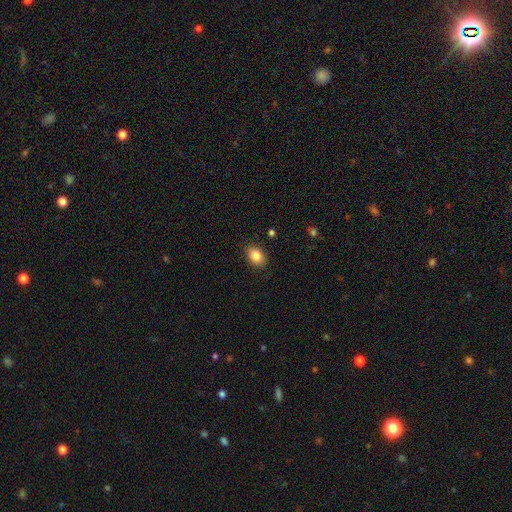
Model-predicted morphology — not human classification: smooth 85%, star or artifact 9%, featured or disk 6%. Down the decision tree: how rounded — in between (79%); merging — none (87%).